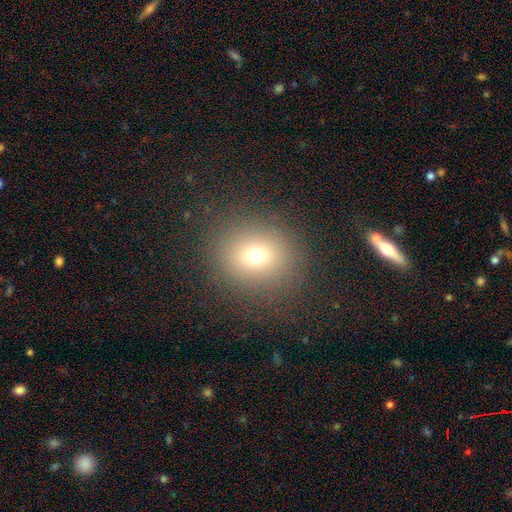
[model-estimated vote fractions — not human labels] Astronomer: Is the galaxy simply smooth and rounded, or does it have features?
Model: smooth — 70%.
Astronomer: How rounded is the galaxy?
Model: round — 78%.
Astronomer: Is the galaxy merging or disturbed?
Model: none — 86%.